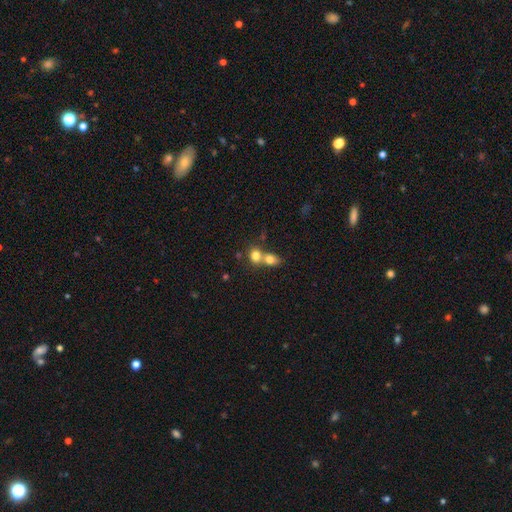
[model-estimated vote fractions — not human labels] This appears to be a smooth galaxy with no disk features (77%) that is round (62%). Merging: merger (63%).